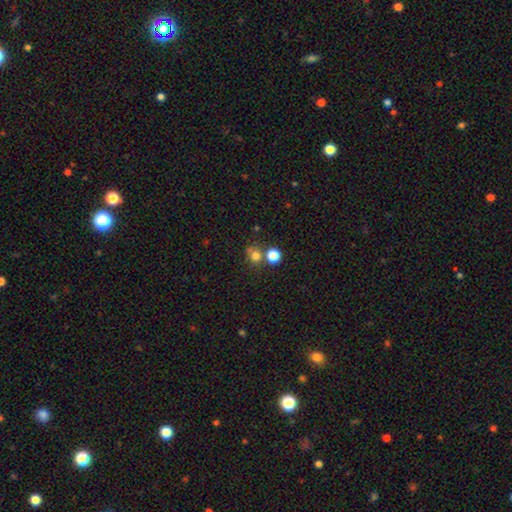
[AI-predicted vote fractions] smooth 75%, star or artifact 18%, featured or disk 8%. Down the decision tree: how rounded — round (84%); merging — none (60%).